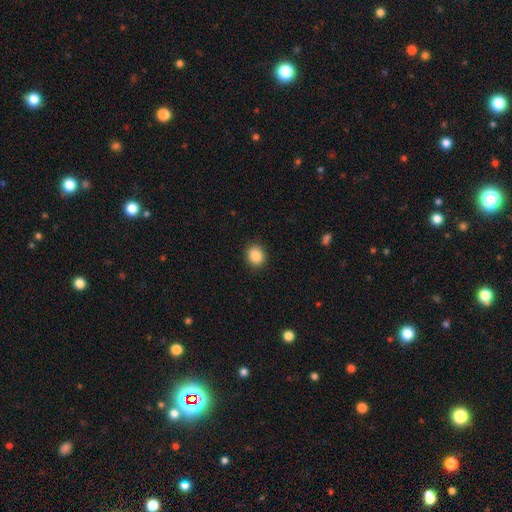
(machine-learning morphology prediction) Q: Smooth or featured?
A: smooth (88%); runner-up: star or artifact (9%)
Q: How rounded?
A: round (67%); runner-up: in between (32%)
Q: Merging?
A: none (89%); runner-up: minor disturbance (7%)